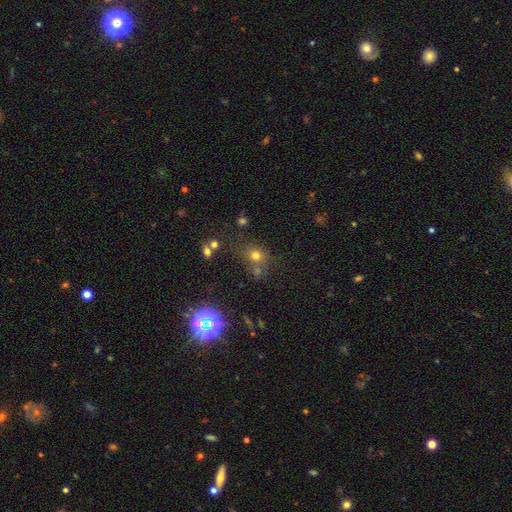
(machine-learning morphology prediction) A smooth galaxy with no disk features (68%) that is round (76%). Merging: none (62%).